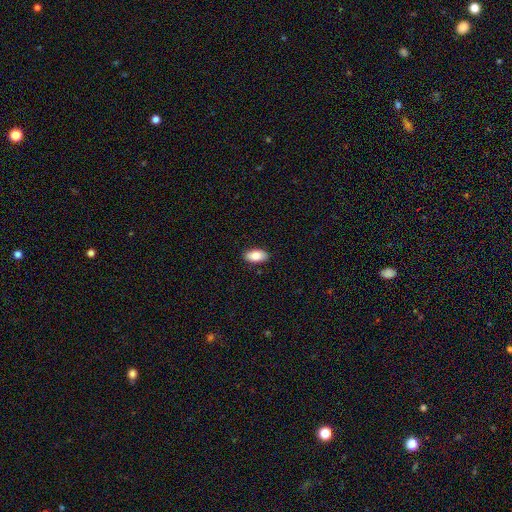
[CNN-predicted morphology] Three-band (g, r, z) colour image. It shows a smooth galaxy with no disk features (87%) that is in between round and cigar-shaped (94%). Merging: none (88%).